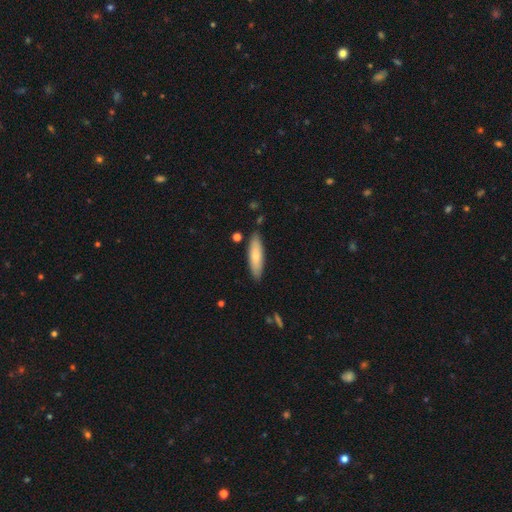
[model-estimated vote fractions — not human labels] A smooth galaxy with no disk features (73%) that is cigar-shaped (62%).

Vote fractions:
- Smooth or featured? smooth: 73% / featured or disk: 22% / star or artifact: 6%
- How rounded? cigar-shaped: 62% / in between: 37% / round: 2%
- Merging? none: 85% / minor disturbance: 11% / merger: 2% / major disturbance: 2%